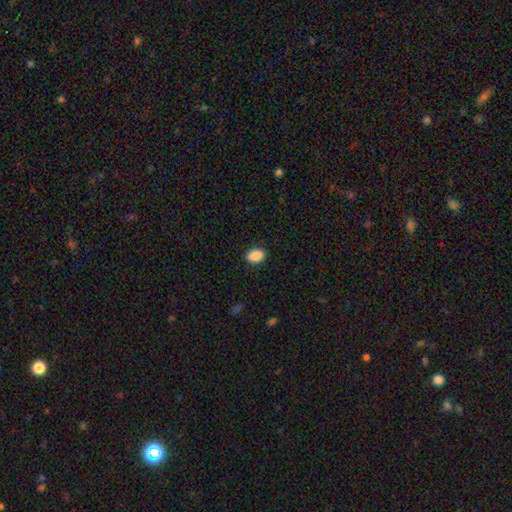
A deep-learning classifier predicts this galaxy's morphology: A smooth galaxy with no disk features (89%) that is in between round and cigar-shaped (84%).

Vote fractions:
- Smooth or featured? smooth: 89% / star or artifact: 8% / featured or disk: 3%
- How rounded? in between: 84% / round: 14% / cigar-shaped: 1%
- Merging? none: 87% / minor disturbance: 9% / major disturbance: 2% / merger: 1%